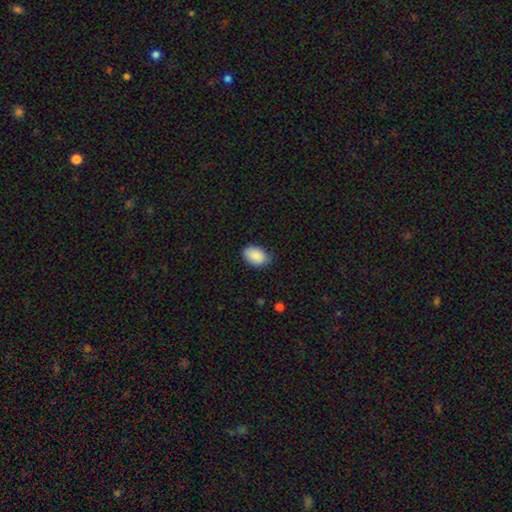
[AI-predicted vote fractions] This is clearly a smooth galaxy (88%). How rounded: clearly in between (87%). Merging: likely none (73%).